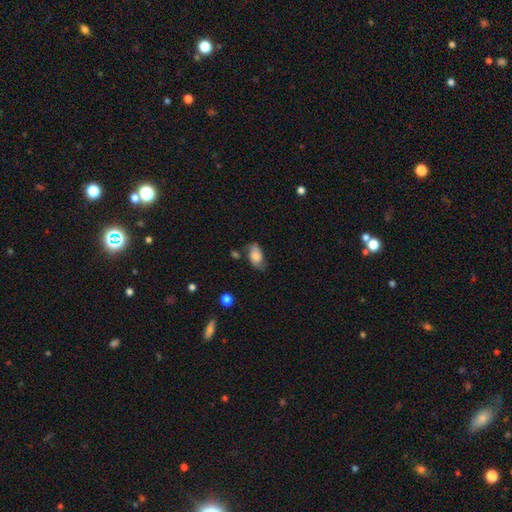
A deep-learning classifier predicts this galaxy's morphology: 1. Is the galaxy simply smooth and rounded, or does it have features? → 59% smooth, 32% featured or disk, 8% star or artifact.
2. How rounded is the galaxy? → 90% in between, 8% round, 2% cigar-shaped.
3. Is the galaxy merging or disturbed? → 60% none, 27% minor disturbance, 8% major disturbance, 4% merger.